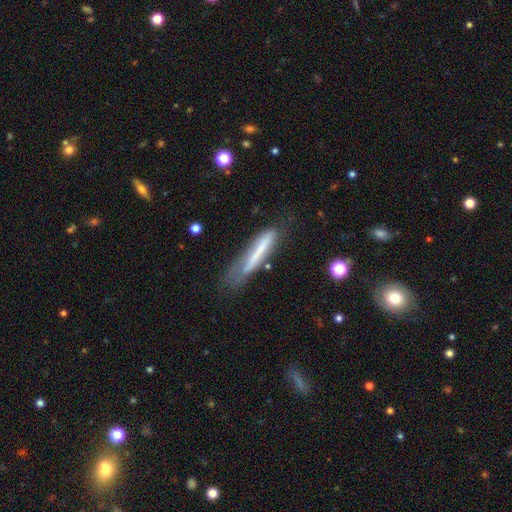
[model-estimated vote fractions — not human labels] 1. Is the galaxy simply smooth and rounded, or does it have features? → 58% smooth, 33% featured or disk, 8% star or artifact.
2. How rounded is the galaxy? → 92% cigar-shaped, 7% in between, 1% round.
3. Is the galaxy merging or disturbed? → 58% none, 26% minor disturbance, 13% major disturbance, 4% merger.